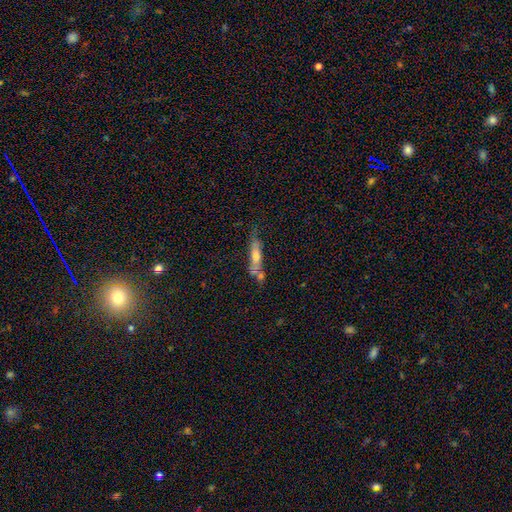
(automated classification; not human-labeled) Smooth or featured: smooth — 51% (featured or disk — 40%)
How rounded: cigar-shaped — 76% (in between — 21%)
Merging: none — 53% (minor disturbance — 21%)